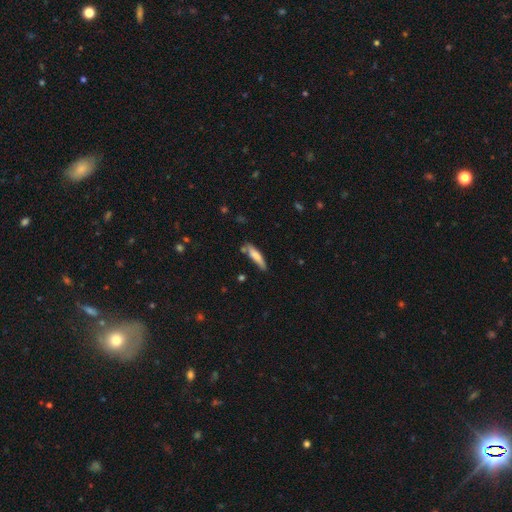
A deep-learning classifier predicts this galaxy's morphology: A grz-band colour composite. It shows a smooth galaxy with no disk features (71%) that is cigar-shaped (78%). Merging: none (67%).